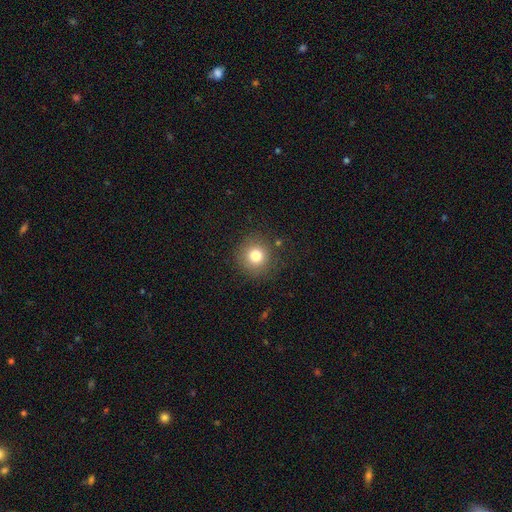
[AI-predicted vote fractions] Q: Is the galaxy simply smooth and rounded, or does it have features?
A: smooth — 79%.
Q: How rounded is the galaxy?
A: round — 93%.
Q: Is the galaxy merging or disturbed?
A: none — 87%.